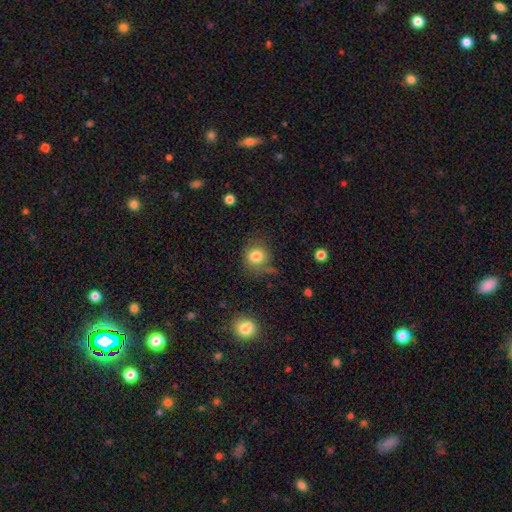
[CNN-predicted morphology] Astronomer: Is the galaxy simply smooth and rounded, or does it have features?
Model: smooth — 81%.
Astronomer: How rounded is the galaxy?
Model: round — 83%.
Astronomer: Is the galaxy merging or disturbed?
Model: none — 71%.